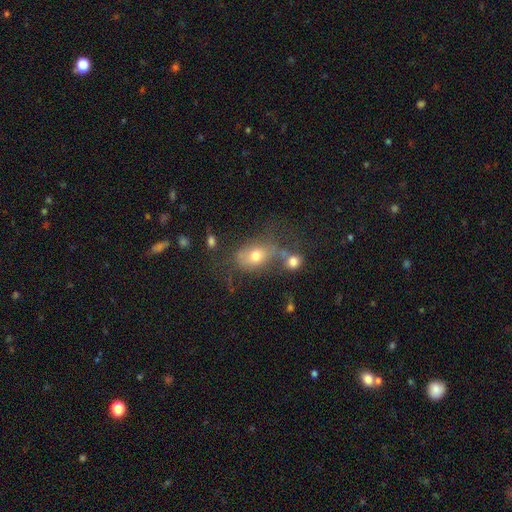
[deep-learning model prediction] Smooth or featured: smooth — 64% (featured or disk — 23%)
How rounded: in between — 64% (round — 34%)
Merging: merger — 33% (none — 32%)